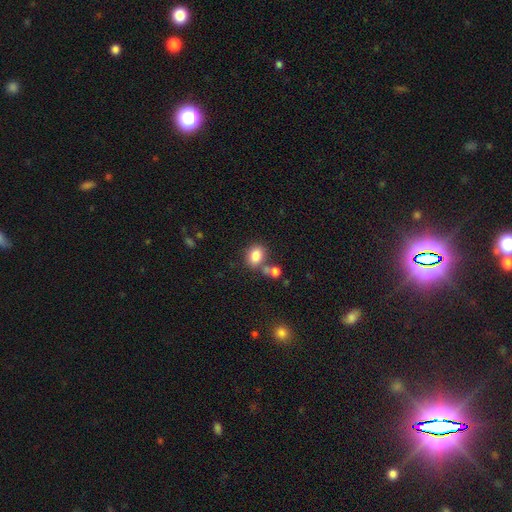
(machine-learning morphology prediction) Q: Smooth or featured?
A: smooth (82%); runner-up: star or artifact (10%)
Q: How rounded?
A: in between (66%); runner-up: round (33%)
Q: Merging?
A: none (62%); runner-up: merger (20%)